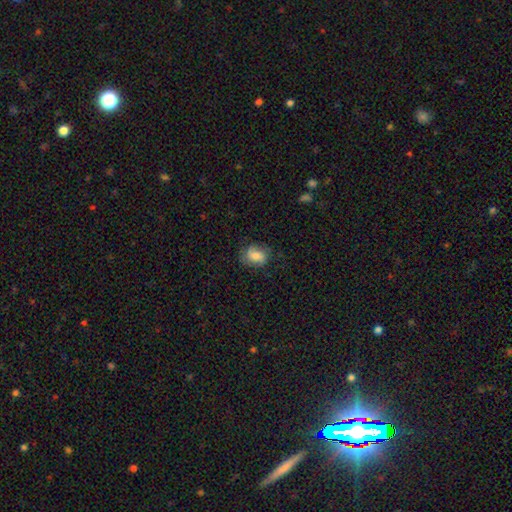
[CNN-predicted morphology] smooth 69%, featured or disk 22%, star or artifact 9%. Down the decision tree: how rounded — in between (65%); merging — none (70%).